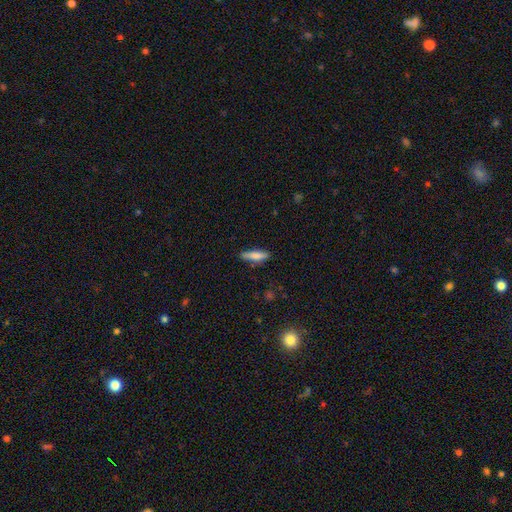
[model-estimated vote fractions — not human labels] Smooth or featured?
  - smooth: 77% *
  - featured or disk: 17%
  - star or artifact: 6%
How rounded?
  - cigar-shaped: 69% *
  - in between: 29%
  - round: 2%
Merging?
  - none: 83% *
  - minor disturbance: 13%
  - major disturbance: 2%
  - merger: 2%